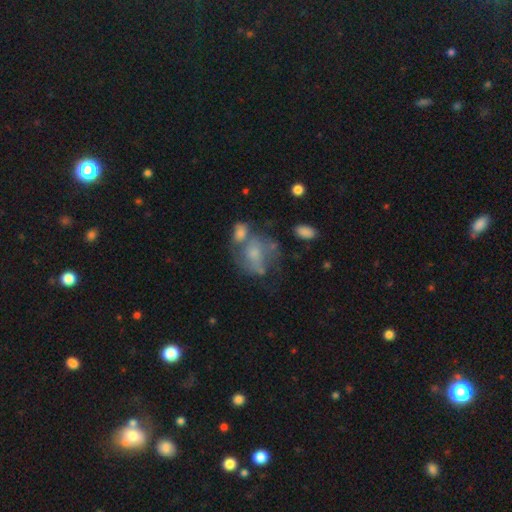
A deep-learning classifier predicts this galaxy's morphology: Overall: smooth (47%; featured or disk 44%). Merging: merger (31%; none 29%).